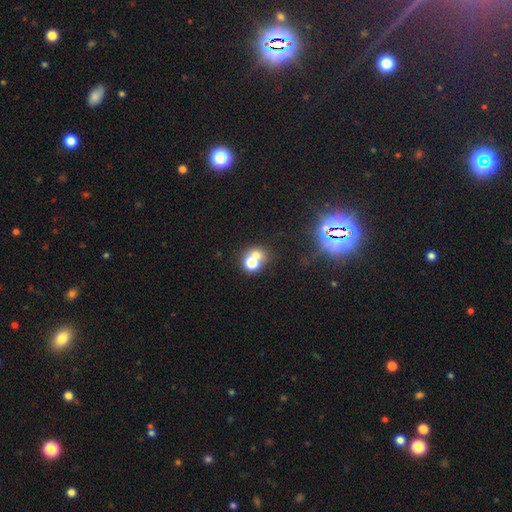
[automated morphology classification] Smooth or featured: smooth — 63% (star or artifact — 18%)
How rounded: round — 72% (in between — 27%)
Merging: merger — 56% (none — 33%)